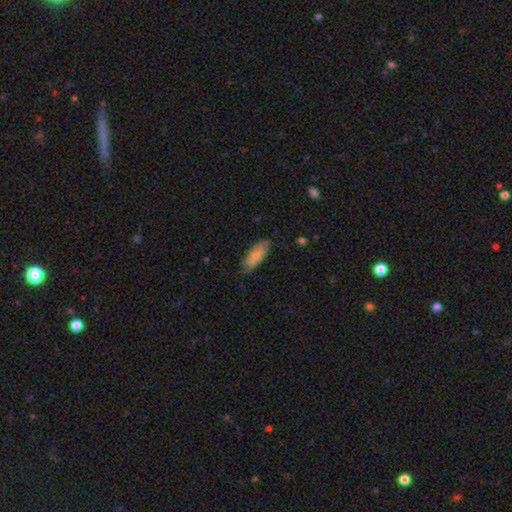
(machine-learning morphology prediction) Smooth or featured? smooth (74%)
How rounded? in between (84%)
Merging? none (72%)